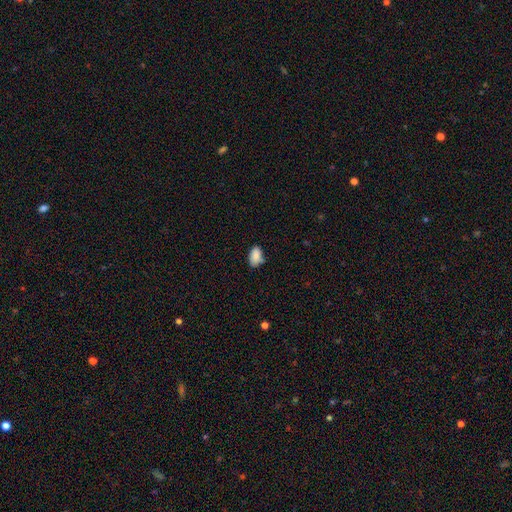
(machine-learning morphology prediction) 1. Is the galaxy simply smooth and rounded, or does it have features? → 86% smooth, 8% star or artifact, 6% featured or disk.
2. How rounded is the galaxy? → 90% in between, 8% round, 2% cigar-shaped.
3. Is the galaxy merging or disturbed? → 61% none, 29% minor disturbance, 5% major disturbance, 4% merger.